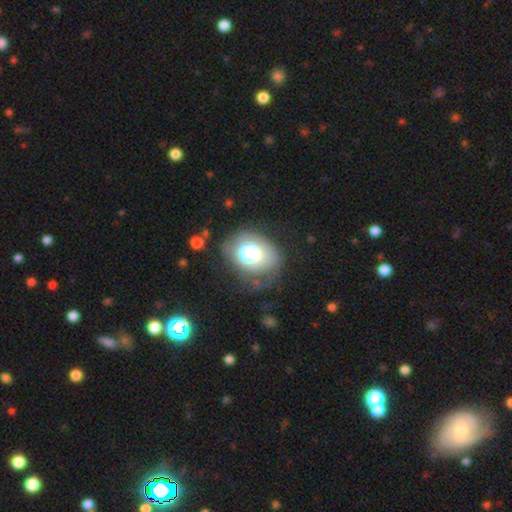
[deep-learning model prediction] A smooth galaxy with no disk features (57%) that is in between round and cigar-shaped (50%). Merging: none (48%).